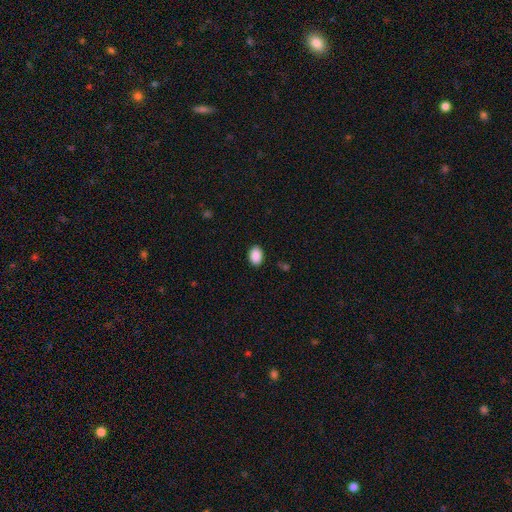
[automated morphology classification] Smooth or featured? smooth (90%)
How rounded? in between (79%)
Merging? none (89%)